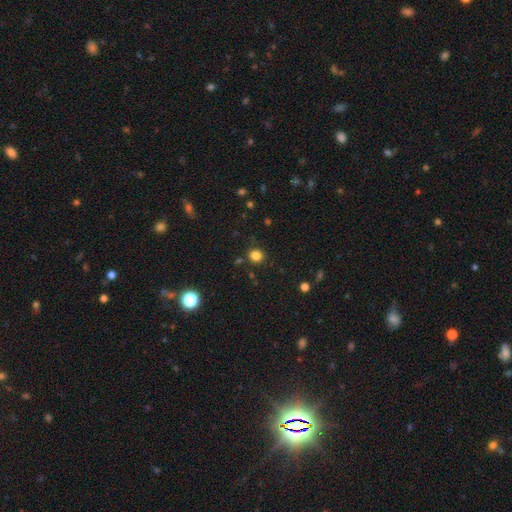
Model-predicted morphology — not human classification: This is clearly a smooth galaxy (82%). How rounded: clearly round (85%). Merging: clearly none (87%).